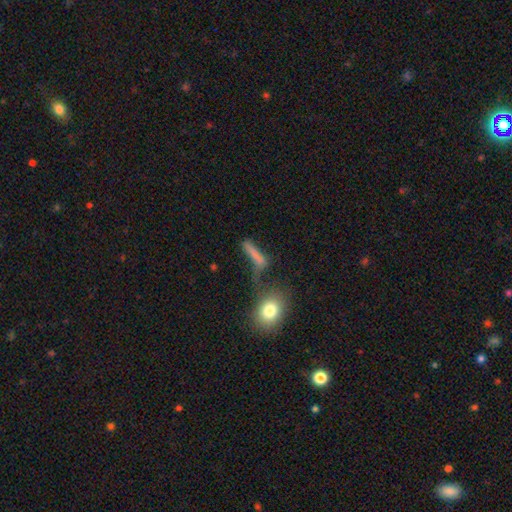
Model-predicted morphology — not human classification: Smooth or featured? Predicted: smooth (p=0.69). How rounded? Predicted: cigar-shaped (p=0.71). Merging? Predicted: none (p=0.48).